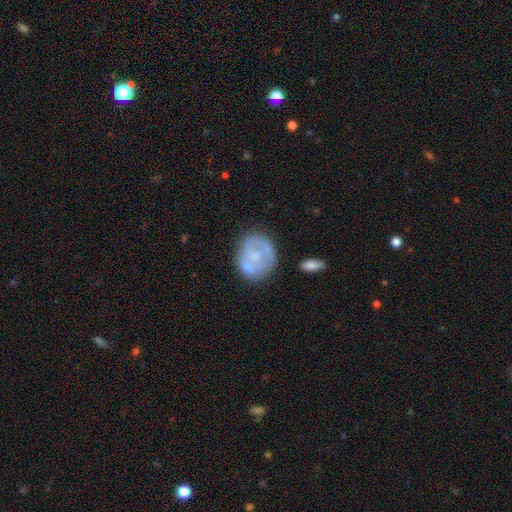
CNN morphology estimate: A featured or disk galaxy (51%).

Vote fractions:
- Smooth or featured? featured or disk: 51% / smooth: 42% / star or artifact: 7%
- Edge-on disk? no: 97% / yes: 3%
- Merging? none: 55% / minor disturbance: 23% / major disturbance: 11% / merger: 10%